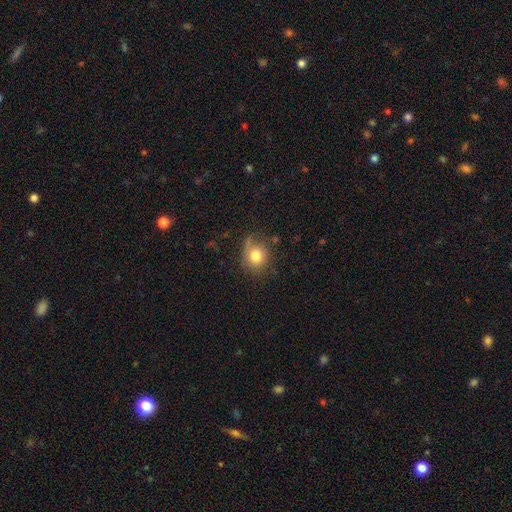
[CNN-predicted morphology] type=smooth (78%); roundness=round (75%); merging=none (65%).